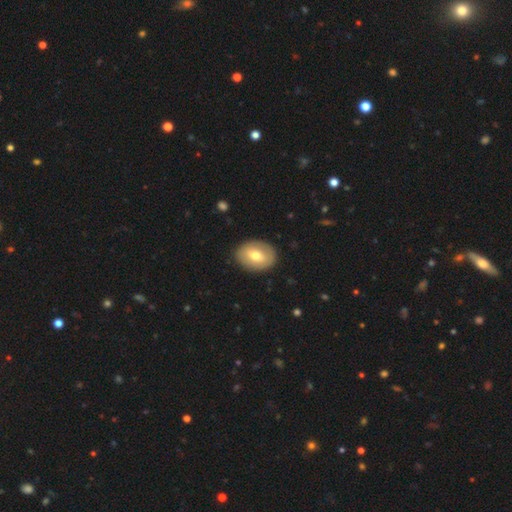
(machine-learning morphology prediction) The model was most divided on "smooth or featured": smooth: 63%, featured or disk: 31%, star or artifact: 6%. More confident: merging — none (87%); how rounded — in between (69%).